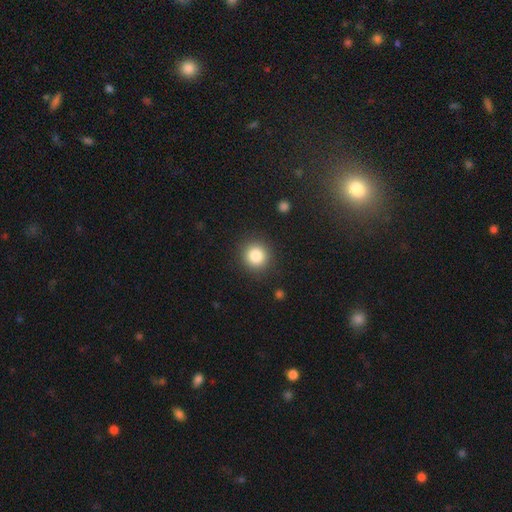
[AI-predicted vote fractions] Morphology: type=smooth (84%); roundness=round (92%); merging=none (90%).